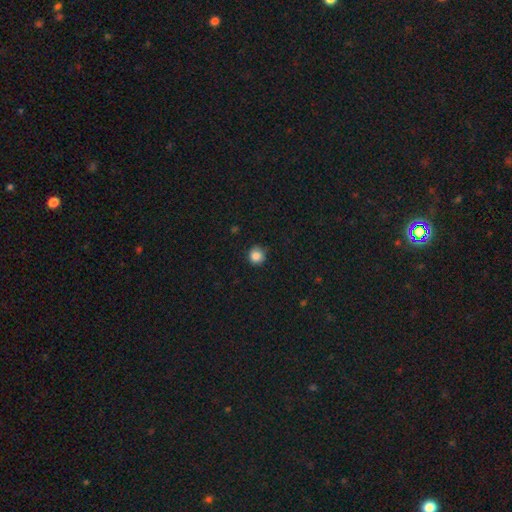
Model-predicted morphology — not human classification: Smooth or featured? Predicted: smooth (p=0.85). How rounded? Predicted: round (p=0.92). Merging? Predicted: none (p=0.84).